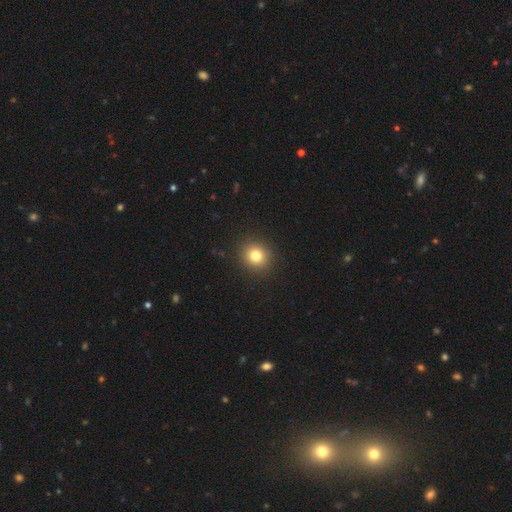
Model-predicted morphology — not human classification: type=smooth (81%); roundness=round (85%); merging=none (91%).